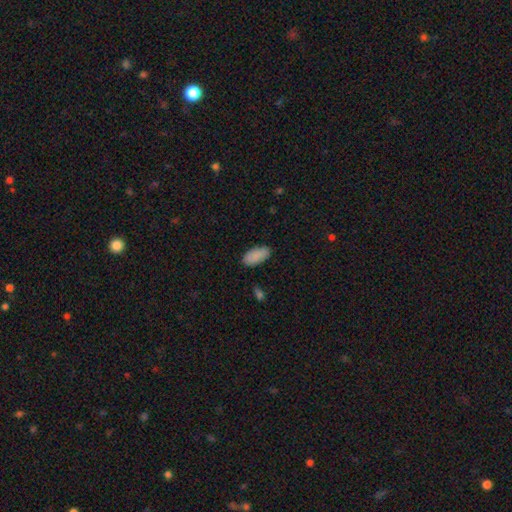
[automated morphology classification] Overall: smooth (89%). How rounded: in between (93%). Merging: none (85%).